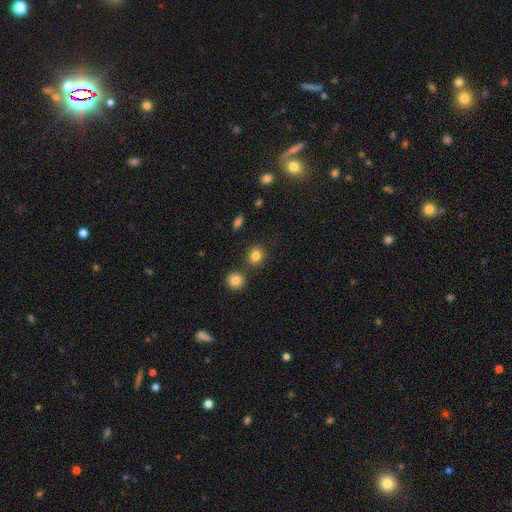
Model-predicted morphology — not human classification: smooth_or_featured: smooth (p=0.82) [alt: star or artifact p=0.12]
how_rounded: round (p=0.85) [alt: in between p=0.14]
merging: none (p=0.80) [alt: merger p=0.09]